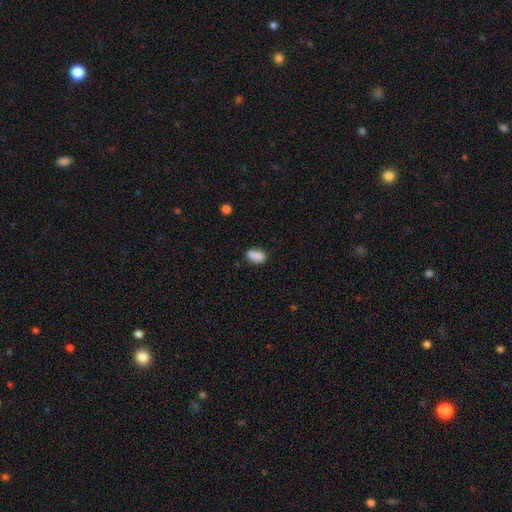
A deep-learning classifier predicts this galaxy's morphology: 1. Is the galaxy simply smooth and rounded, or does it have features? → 85% smooth, 9% star or artifact, 6% featured or disk.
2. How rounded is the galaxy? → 87% in between, 10% round, 3% cigar-shaped.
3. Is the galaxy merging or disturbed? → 70% none, 18% minor disturbance, 7% merger, 4% major disturbance.